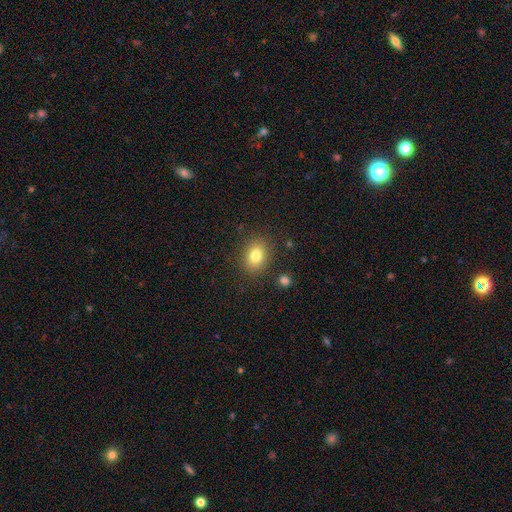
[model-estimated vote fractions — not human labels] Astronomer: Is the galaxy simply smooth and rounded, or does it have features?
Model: smooth — 81%.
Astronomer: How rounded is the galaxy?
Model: in between — 59% (runner-up: round, 40%).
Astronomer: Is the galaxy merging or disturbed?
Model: none — 85%.